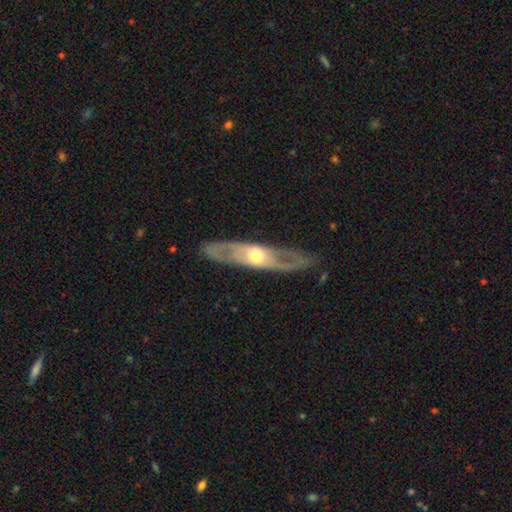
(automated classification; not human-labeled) Q: Smooth or featured?
A: featured or disk (73%); runner-up: smooth (22%)
Q: Edge-on disk?
A: no (57%); runner-up: yes (43%)
Q: Merging?
A: none (82%); runner-up: minor disturbance (11%)